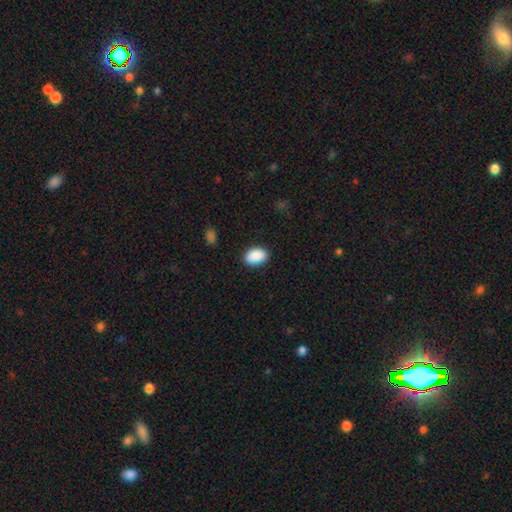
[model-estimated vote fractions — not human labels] This appears to be a smooth galaxy with no disk features (91%) that is in between round and cigar-shaped (88%). Merging: none (88%).